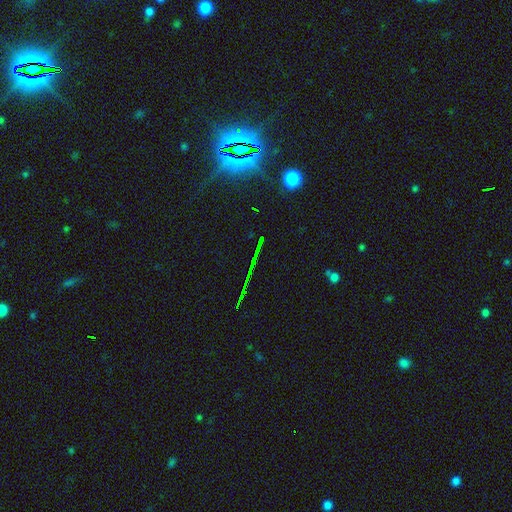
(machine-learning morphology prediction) Q: Smooth or featured?
A: star or artifact (78%); runner-up: featured or disk (12%)